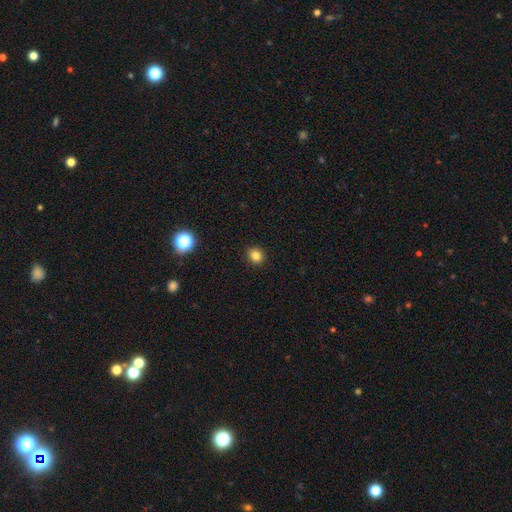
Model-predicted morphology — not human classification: Smooth or featured? Predicted: smooth (p=0.82). How rounded? Predicted: round (p=0.75). Merging? Predicted: none (p=0.92).